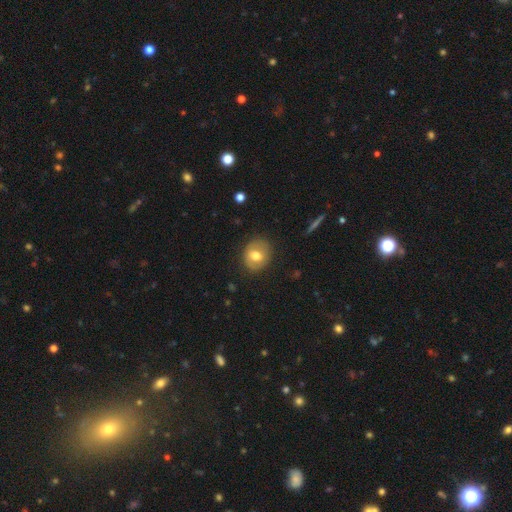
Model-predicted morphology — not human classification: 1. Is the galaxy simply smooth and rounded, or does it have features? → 64% smooth, 28% featured or disk, 8% star or artifact.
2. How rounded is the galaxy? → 68% round, 31% in between, 1% cigar-shaped.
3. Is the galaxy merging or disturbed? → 81% none, 13% minor disturbance, 4% major disturbance, 1% merger.